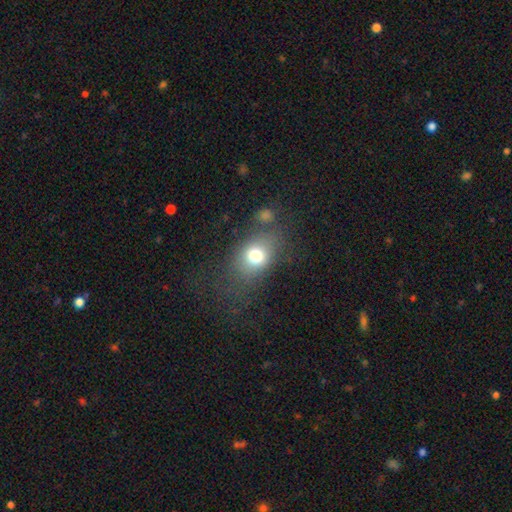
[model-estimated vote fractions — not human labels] Overall: smooth (73%). How rounded: in between (60%; round 38%). Merging: none (64%).